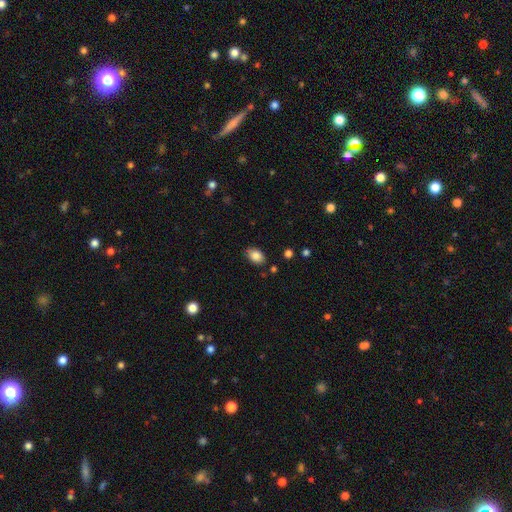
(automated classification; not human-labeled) A smooth galaxy with no disk features (85%) that is in between round and cigar-shaped (83%).

Vote fractions:
- Smooth or featured? smooth: 85% / star or artifact: 8% / featured or disk: 7%
- How rounded? in between: 83% / round: 16% / cigar-shaped: 1%
- Merging? none: 81% / minor disturbance: 14% / major disturbance: 3% / merger: 2%